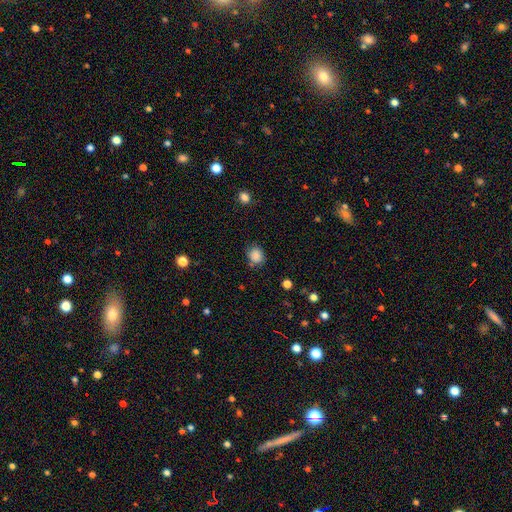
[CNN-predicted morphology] This appears to be a smooth galaxy with no disk features (85%) that is round (73%). Merging: none (77%).